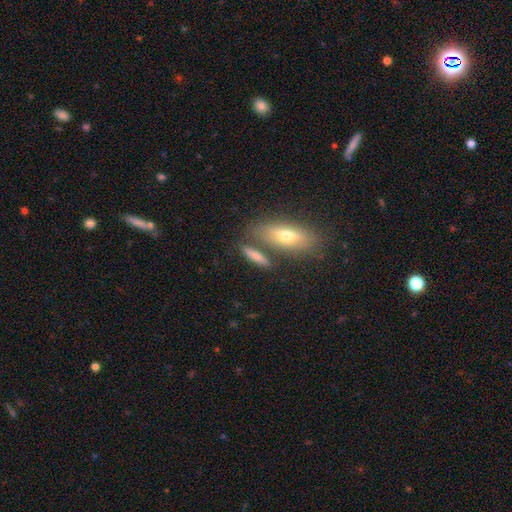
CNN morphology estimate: Overall: smooth (61%; featured or disk 29%). How rounded: cigar-shaped (56%; in between 38%). Merging: none (65%).